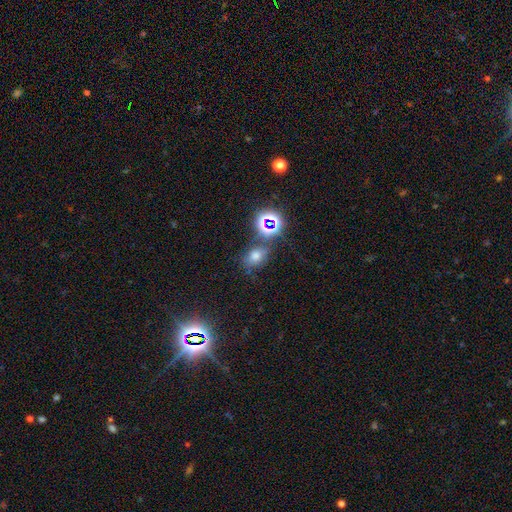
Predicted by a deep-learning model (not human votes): Smooth or featured? Predicted: smooth (p=0.57). How rounded? Predicted: in between (p=0.61). Merging? Predicted: none (p=0.70).